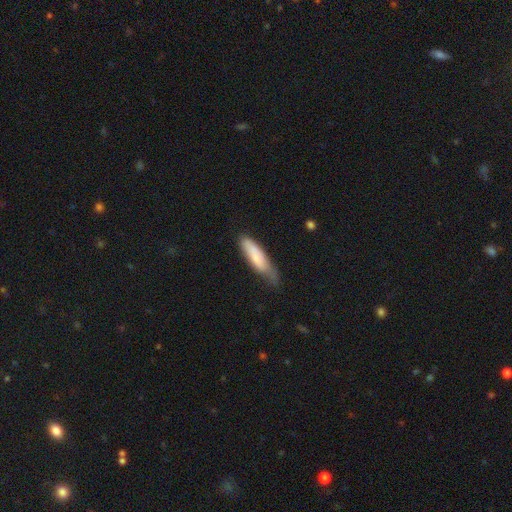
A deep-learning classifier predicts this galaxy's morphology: This appears to be a smooth galaxy with no disk features (75%) that is cigar-shaped (66%). Merging: none (43%).